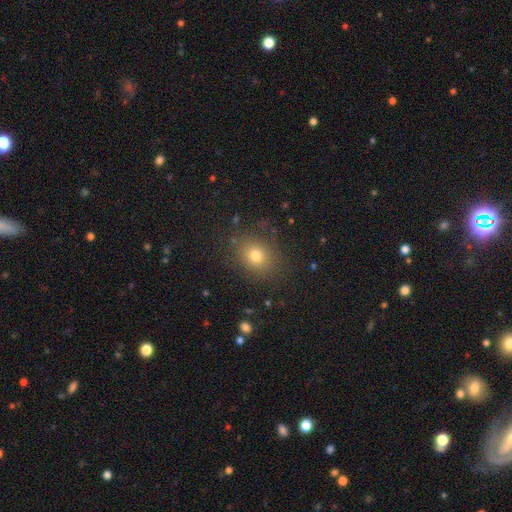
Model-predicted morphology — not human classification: Smooth or featured?
  - smooth: 75% *
  - star or artifact: 15%
  - featured or disk: 9%
How rounded?
  - round: 61% *
  - in between: 38%
  - cigar-shaped: 1%
Merging?
  - none: 84% *
  - minor disturbance: 11%
  - major disturbance: 4%
  - merger: 2%